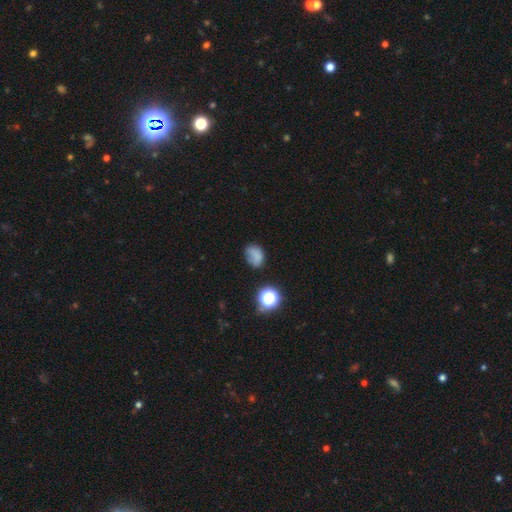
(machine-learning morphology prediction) Smooth or featured?
  - smooth: 71% *
  - star or artifact: 16%
  - featured or disk: 13%
How rounded?
  - in between: 64% *
  - round: 35%
  - cigar-shaped: 1%
Merging?
  - none: 57% *
  - minor disturbance: 26%
  - major disturbance: 12%
  - merger: 4%